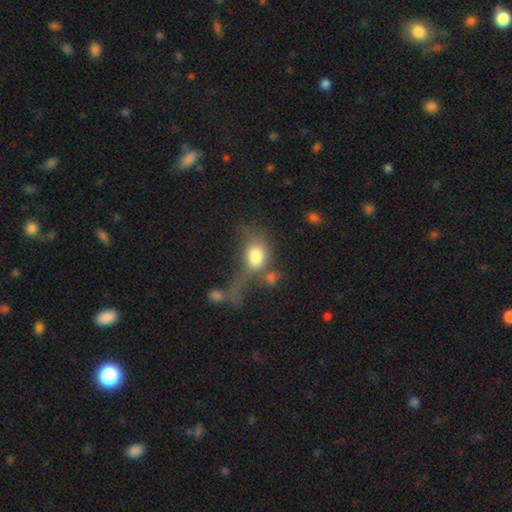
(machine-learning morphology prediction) A smooth galaxy with no disk features (71%) that is in between round and cigar-shaped (70%).

Vote fractions:
- Smooth or featured? smooth: 71% / featured or disk: 18% / star or artifact: 10%
- How rounded? in between: 70% / round: 27% / cigar-shaped: 3%
- Merging? major disturbance: 40% / merger: 29% / none: 18% / minor disturbance: 13%